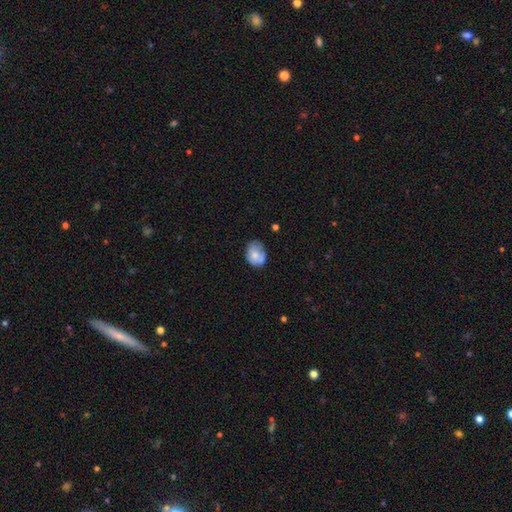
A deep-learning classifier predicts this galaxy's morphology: A smooth galaxy with no disk features (70%) that is in between round and cigar-shaped (68%). Merging: none (51%).